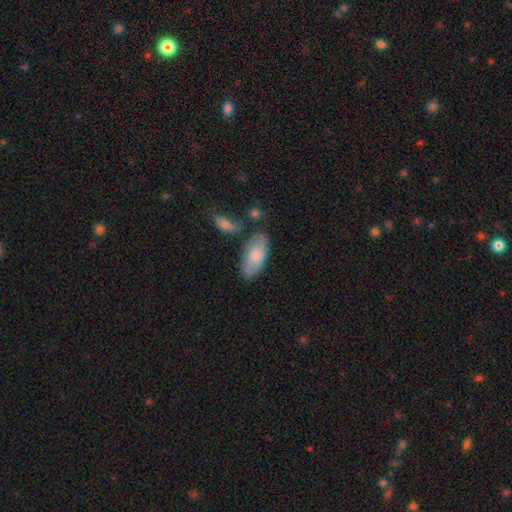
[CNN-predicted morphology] type=smooth (71%); roundness=in between (91%); merging=none (64%).